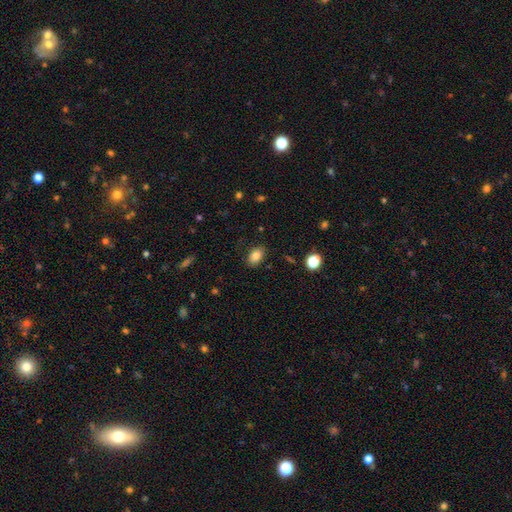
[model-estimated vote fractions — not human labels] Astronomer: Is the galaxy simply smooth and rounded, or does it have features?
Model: smooth — 83%.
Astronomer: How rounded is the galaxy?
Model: in between — 85%.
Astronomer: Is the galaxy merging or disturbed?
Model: none — 83%.